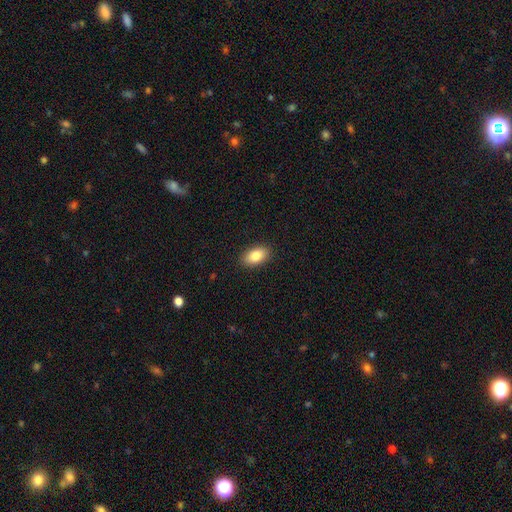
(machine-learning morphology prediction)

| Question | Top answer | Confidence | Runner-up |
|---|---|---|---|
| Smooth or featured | smooth | 85% | featured or disk (8%) |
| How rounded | in between | 92% | round (6%) |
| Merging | none | 89% | minor disturbance (8%) |